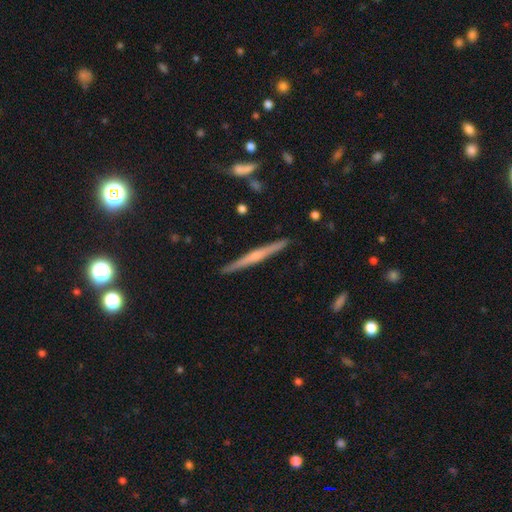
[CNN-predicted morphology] Overall: featured or disk (65%; smooth 29%). Edge-on disk: yes (98%). Edge-on bulge: rounded (56%; none 33%). Merging: none (91%).